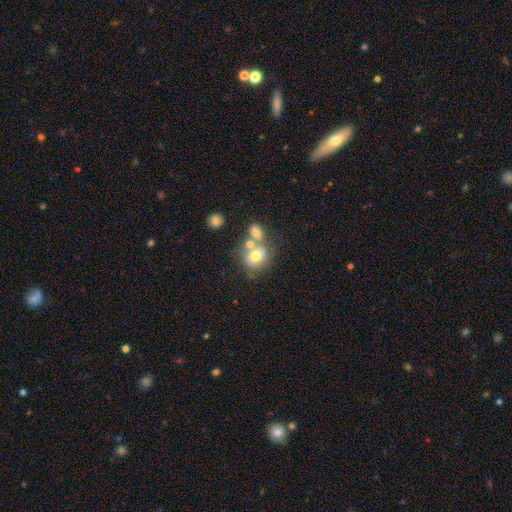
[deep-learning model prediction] Q: Smooth or featured?
A: smooth (68%); runner-up: featured or disk (21%)
Q: How rounded?
A: round (68%); runner-up: in between (31%)
Q: Merging?
A: merger (47%); runner-up: none (36%)